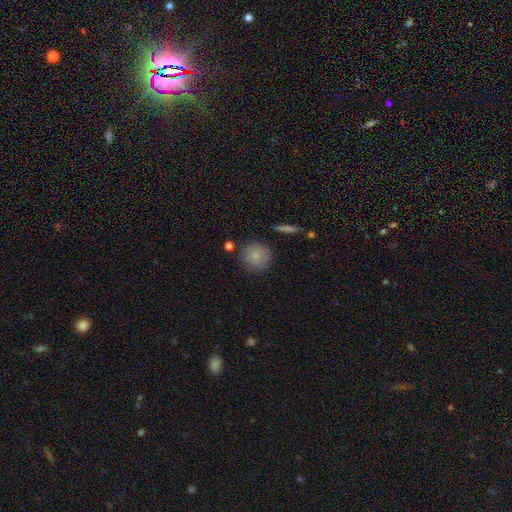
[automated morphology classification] This is clearly a smooth galaxy (81%). How rounded: clearly round (90%). Merging: likely none (76%).